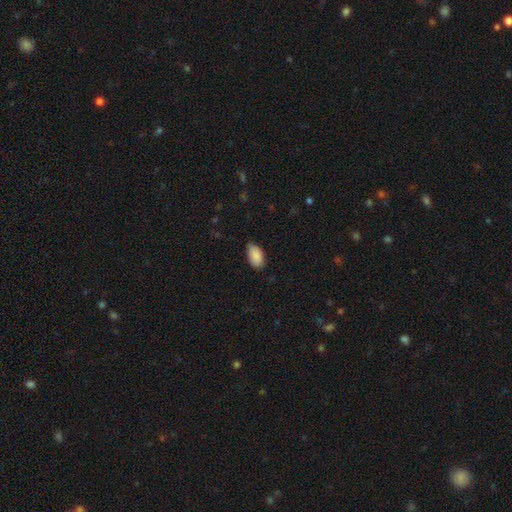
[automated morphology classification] A smooth galaxy with no disk features (89%) that is in between round and cigar-shaped (95%).

Vote fractions:
- Smooth or featured? smooth: 89% / star or artifact: 7% / featured or disk: 4%
- How rounded? in between: 95% / round: 3% / cigar-shaped: 2%
- Merging? none: 69% / minor disturbance: 27% / major disturbance: 3% / merger: 1%